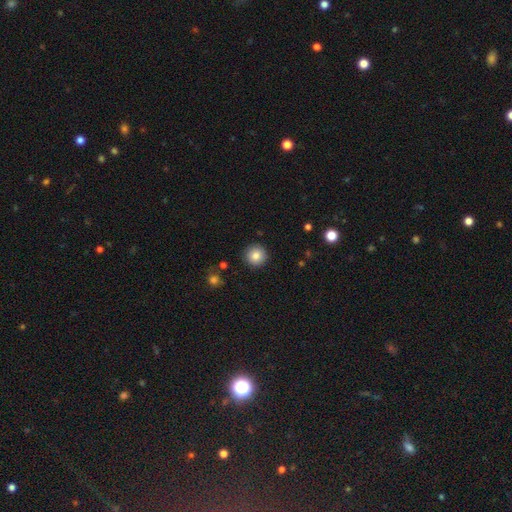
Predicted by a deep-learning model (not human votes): A smooth galaxy with no disk features (84%) that is round (95%).

Vote fractions:
- Smooth or featured? smooth: 84% / star or artifact: 10% / featured or disk: 6%
- How rounded? round: 95% / in between: 4% / cigar-shaped: 1%
- Merging? none: 91% / minor disturbance: 5% / major disturbance: 2% / merger: 1%